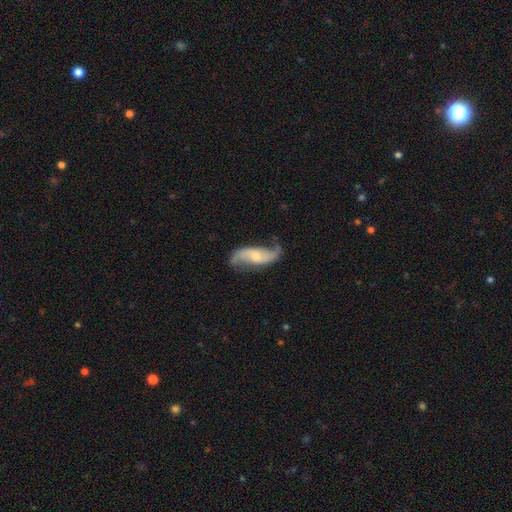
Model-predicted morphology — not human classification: smooth-or-featured: featured or disk: 81% | smooth: 14% | star or artifact: 5%
  disk-edge-on: no: 93% | yes: 7%
    bar: no: 52% | weak: 36% | strong: 12%
    has-spiral-arms: yes: 94% | no: 6%
      spiral-winding: loose: 81% | medium: 15% | tight: 5%
      spiral-arm-count: 2: 92% | can't tell: 3% | 1: 3% | 3: 1% | 4: 1% | more than 4: 1%
    bulge-size: small: 48% | moderate: 39% | none: 7% | large: 4% | dominant: 1%
  merging: none: 69% | minor disturbance: 19% | major disturbance: 10% | merger: 2%